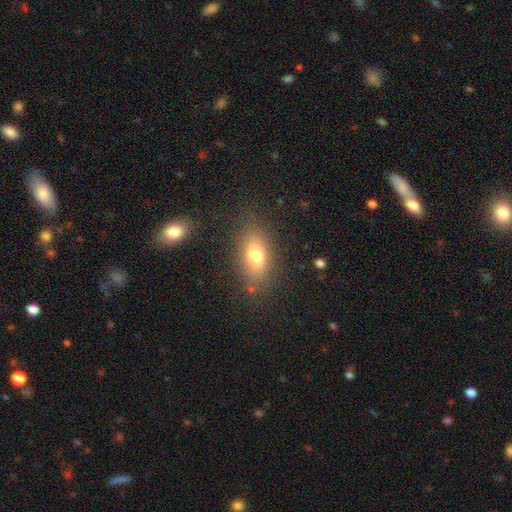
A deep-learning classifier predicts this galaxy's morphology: A smooth galaxy with no disk features (74%) that is in between round and cigar-shaped (82%).

Vote fractions:
- Smooth or featured? smooth: 74% / featured or disk: 15% / star or artifact: 11%
- How rounded? in between: 82% / round: 11% / cigar-shaped: 7%
- Merging? none: 81% / minor disturbance: 12% / major disturbance: 5% / merger: 2%